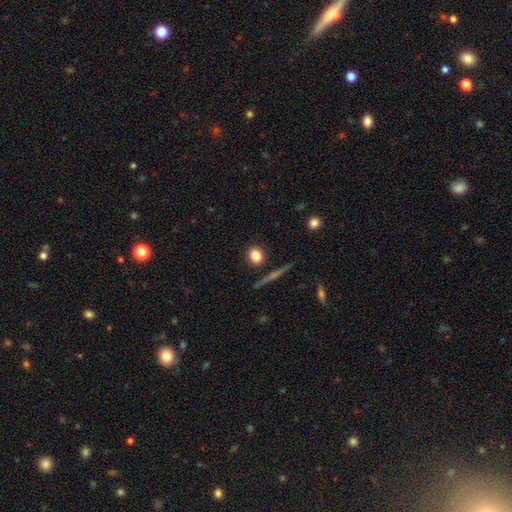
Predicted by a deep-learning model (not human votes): Smooth or featured? Predicted: smooth (p=0.81). How rounded? Predicted: round (p=0.79). Merging? Predicted: none (p=0.86).